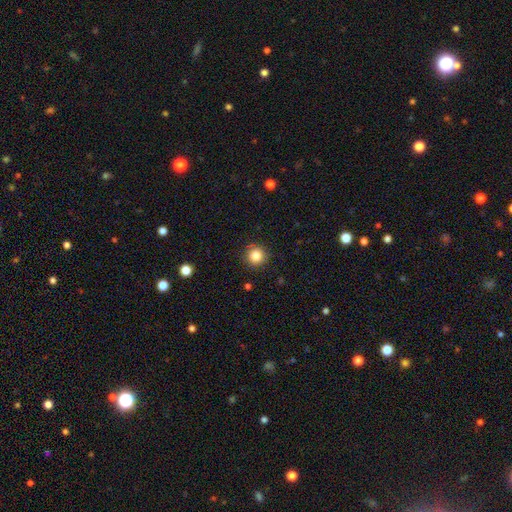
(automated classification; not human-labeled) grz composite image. It shows a smooth galaxy with no disk features (84%) that is round (95%). Merging: none (91%).